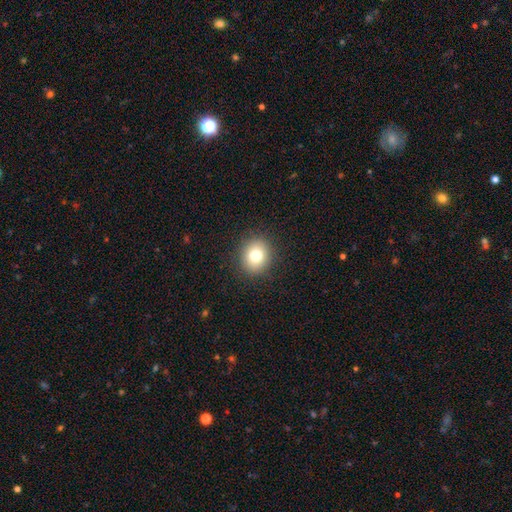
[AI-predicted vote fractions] Overall: smooth (79%). How rounded: round (75%). Merging: none (90%).